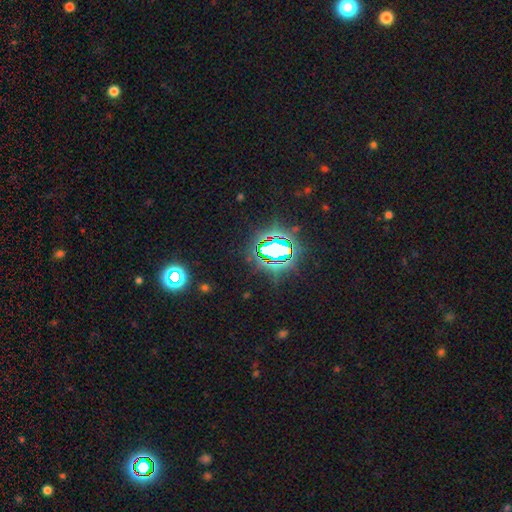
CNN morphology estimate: Smooth or featured: star or artifact — 82% (smooth — 12%)